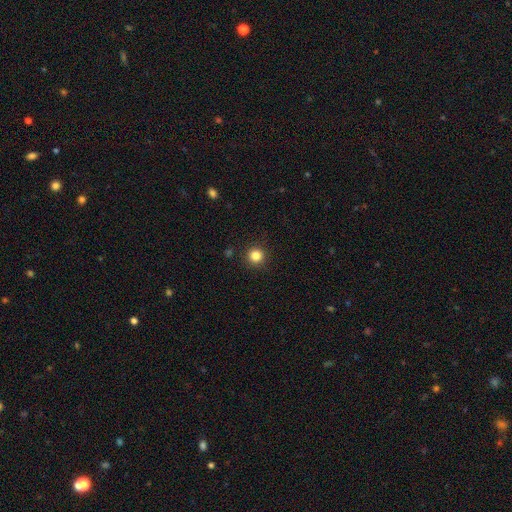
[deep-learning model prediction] A smooth galaxy with no disk features (84%) that is round (95%). Merging: none (91%).